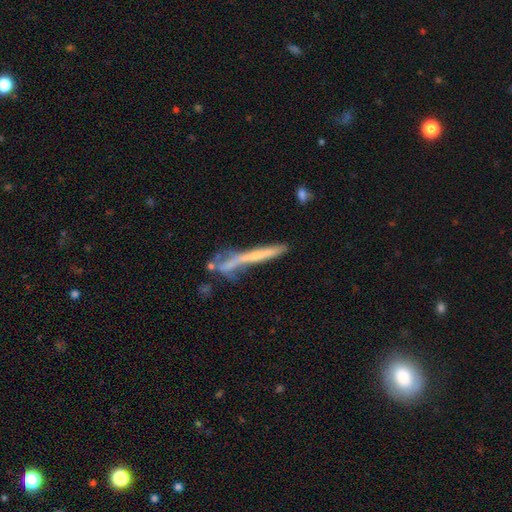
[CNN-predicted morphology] Smooth or featured: featured or disk — 55% (smooth — 33%)
Edge-on disk: yes — 85% (no — 15%)
Merging: none — 52% (minor disturbance — 20%)